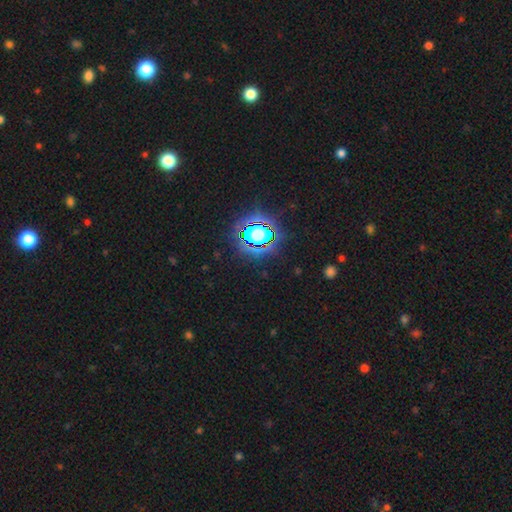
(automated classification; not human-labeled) Smooth or featured: star or artifact — 77% (smooth — 14%)